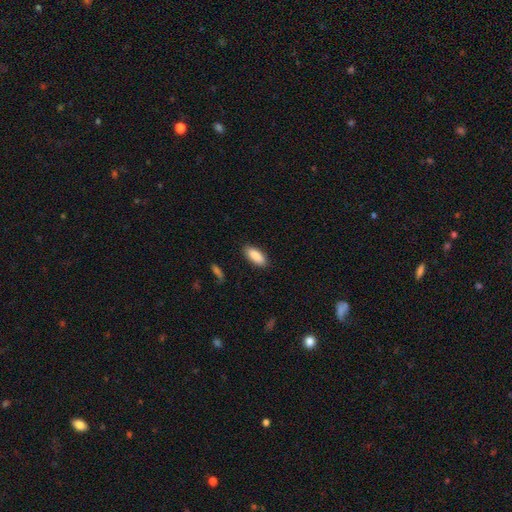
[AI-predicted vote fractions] This is clearly a smooth galaxy (89%). How rounded: likely in between (79%). Merging: clearly none (88%).